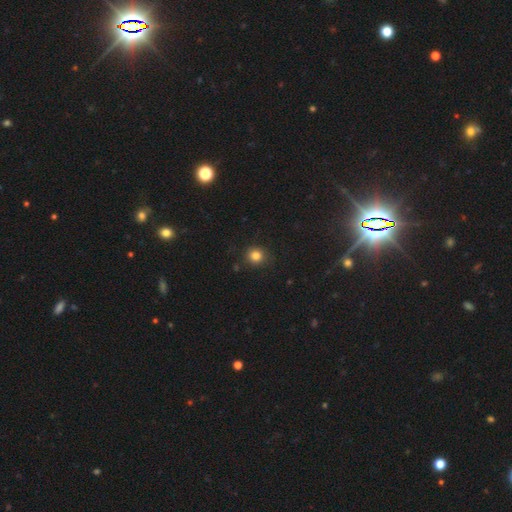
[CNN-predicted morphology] The model was most divided on "smooth or featured": smooth: 82%, star or artifact: 13%, featured or disk: 5%. More confident: how rounded — round (89%); merging — none (87%).